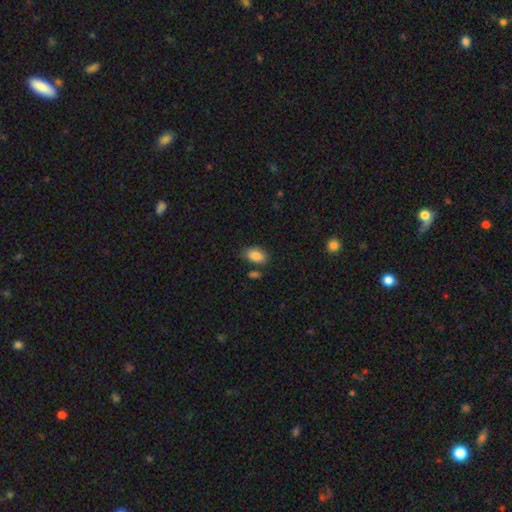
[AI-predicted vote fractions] Morphology: type=smooth (86%); roundness=in between (91%); merging=none (74%).